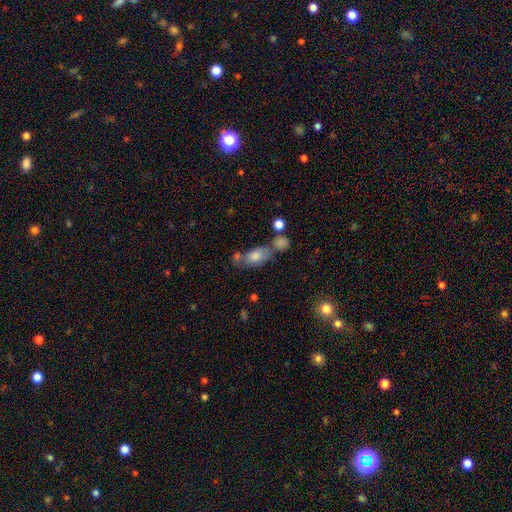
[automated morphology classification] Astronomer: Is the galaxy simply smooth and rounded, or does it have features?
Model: smooth — 65%.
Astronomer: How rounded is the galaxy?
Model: in between — 81%.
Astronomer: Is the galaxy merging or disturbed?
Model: none — 47% (runner-up: merger, 27%).